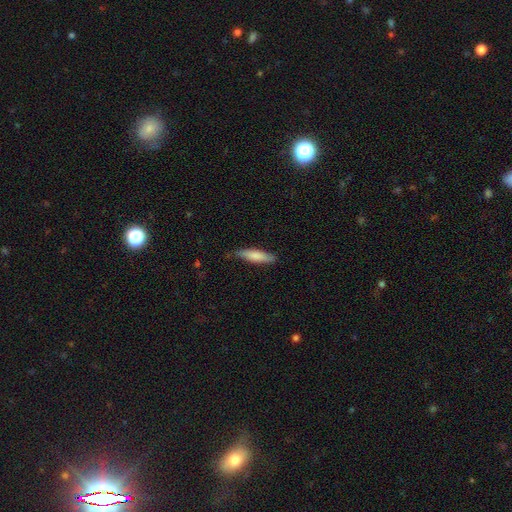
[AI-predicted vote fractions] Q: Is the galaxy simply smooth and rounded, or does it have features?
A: smooth — 77%.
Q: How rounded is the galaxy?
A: cigar-shaped — 72%.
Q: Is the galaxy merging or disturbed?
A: none — 78%.